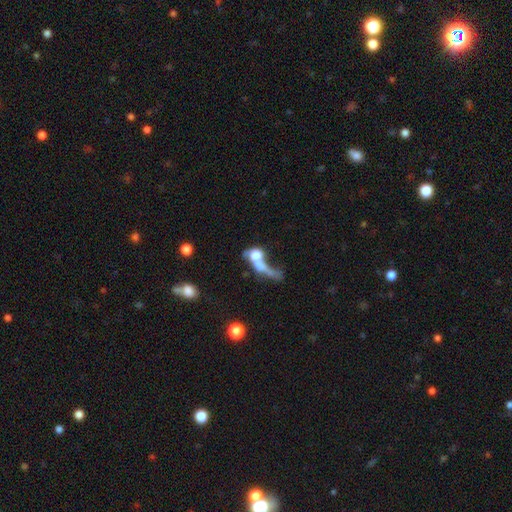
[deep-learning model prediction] smooth 50%, featured or disk 37%, star or artifact 13%. Down the decision tree: how rounded — round (43%, tied with in between); merging — merger (51%).